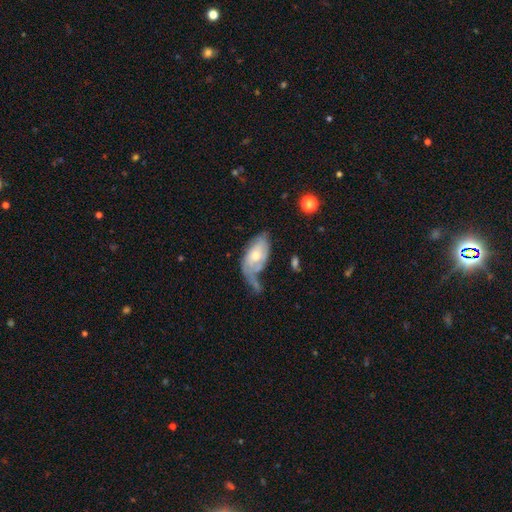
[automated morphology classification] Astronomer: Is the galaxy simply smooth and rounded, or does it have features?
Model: featured or disk — 59% (runner-up: smooth, 36%).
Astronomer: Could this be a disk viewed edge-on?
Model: no — 93%.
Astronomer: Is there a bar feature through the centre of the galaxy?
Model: no — 74%.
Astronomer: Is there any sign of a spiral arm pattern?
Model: yes — 73%.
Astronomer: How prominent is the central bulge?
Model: moderate — 57% (runner-up: small, 34%).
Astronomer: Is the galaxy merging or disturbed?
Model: none — 30%, tied with minor disturbance at 30%.